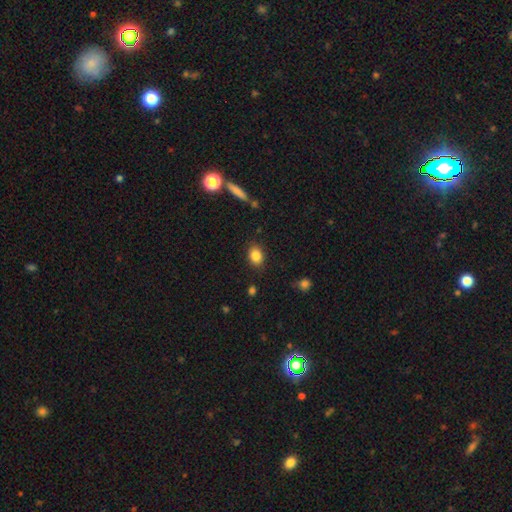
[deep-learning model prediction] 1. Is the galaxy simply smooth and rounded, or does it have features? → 84% smooth, 9% star or artifact, 6% featured or disk.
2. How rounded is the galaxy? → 69% in between, 29% round, 2% cigar-shaped.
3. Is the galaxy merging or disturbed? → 85% none, 10% minor disturbance, 3% major disturbance, 2% merger.